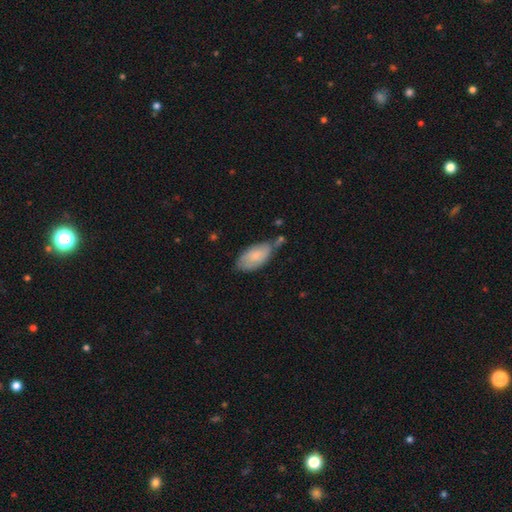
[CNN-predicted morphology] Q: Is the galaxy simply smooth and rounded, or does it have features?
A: smooth — 74%.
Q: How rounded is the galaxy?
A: in between — 92%.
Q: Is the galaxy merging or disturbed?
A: none — 46%.